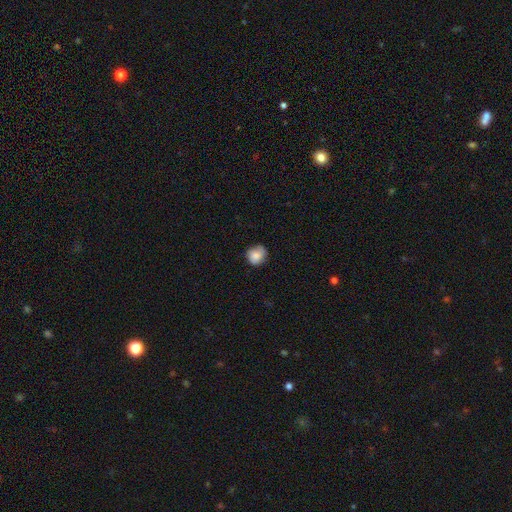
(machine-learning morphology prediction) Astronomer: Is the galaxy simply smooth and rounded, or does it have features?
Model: smooth — 82%.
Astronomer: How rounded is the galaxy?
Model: round — 85%.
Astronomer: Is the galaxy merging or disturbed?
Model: none — 74%.